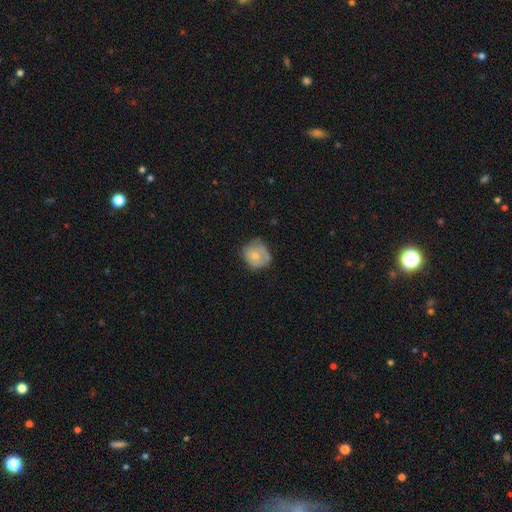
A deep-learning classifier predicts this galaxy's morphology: Smooth or featured: smooth — 65% (featured or disk — 28%)
How rounded: round — 75% (in between — 24%)
Merging: none — 50% (minor disturbance — 34%)